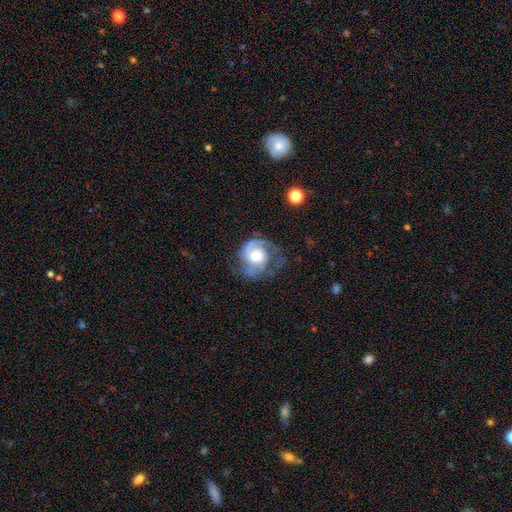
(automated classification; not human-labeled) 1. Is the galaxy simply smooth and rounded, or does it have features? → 82% featured or disk, 13% smooth, 6% star or artifact.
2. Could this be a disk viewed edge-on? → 98% no, 2% yes.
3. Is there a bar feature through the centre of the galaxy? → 60% no, 33% weak, 7% strong.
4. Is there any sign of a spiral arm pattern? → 94% yes, 6% no.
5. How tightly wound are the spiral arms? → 47% medium, 34% tight, 19% loose.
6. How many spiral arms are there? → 67% 2, 15% 1, 9% can't tell, 5% 3, 2% 4, 2% more than 4.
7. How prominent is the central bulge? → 45% moderate, 39% large, 9% small, 4% dominant, 3% none.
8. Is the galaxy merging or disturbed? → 57% none, 22% minor disturbance, 20% major disturbance, 2% merger.